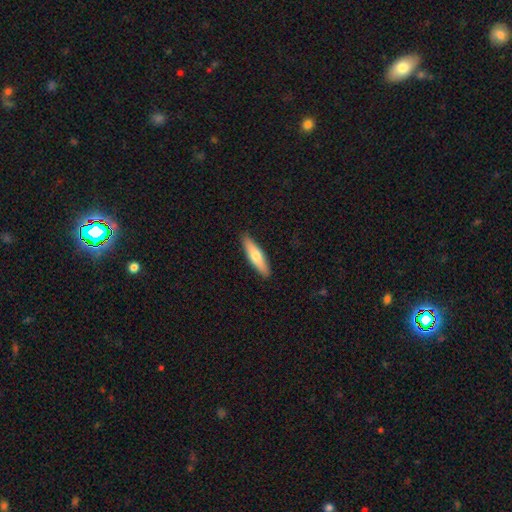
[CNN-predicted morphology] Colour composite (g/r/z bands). It shows a smooth galaxy with no disk features (65%) that is cigar-shaped (73%). Merging: none (90%).